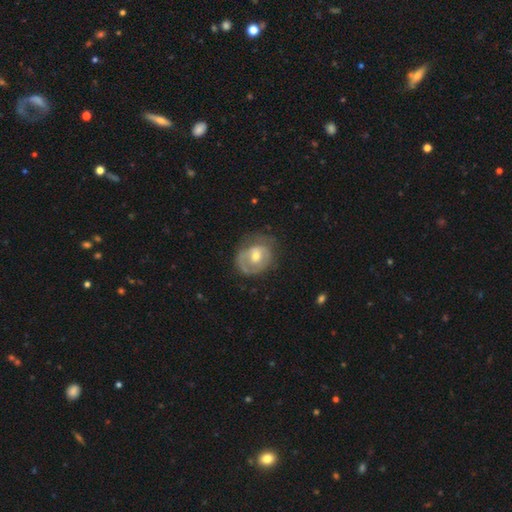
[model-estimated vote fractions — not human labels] Smooth or featured? Predicted: featured or disk (p=0.58). Edge-on disk? Predicted: no (p=0.96). Bar? Predicted: no (p=0.57). Spiral arms? Predicted: yes (p=0.54). Bulge size? Predicted: moderate (p=0.63). Merging? Predicted: none (p=0.54).